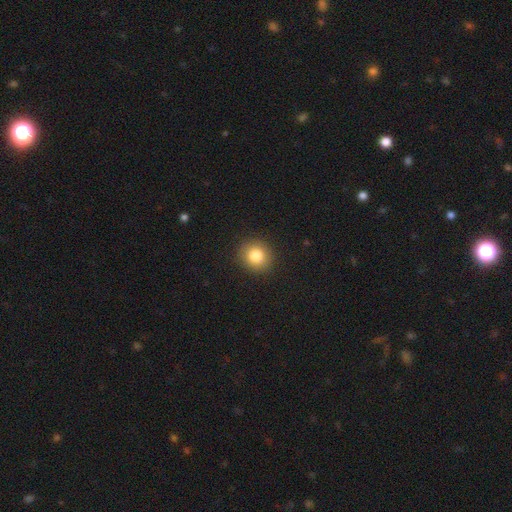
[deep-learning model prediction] This appears to be a smooth galaxy with no disk features (83%) that is round (83%). Merging: none (91%).